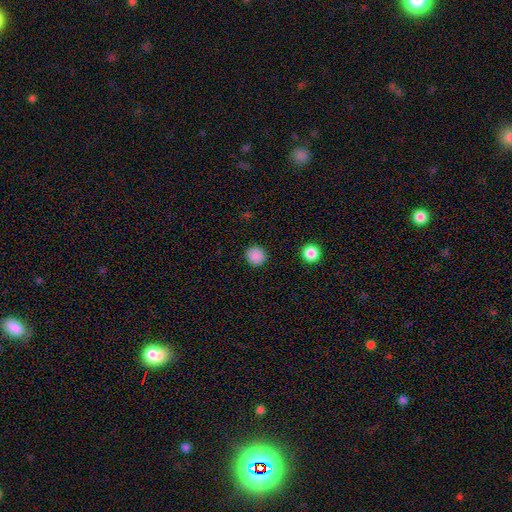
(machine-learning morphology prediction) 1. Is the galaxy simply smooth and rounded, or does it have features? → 87% smooth, 10% star or artifact, 2% featured or disk.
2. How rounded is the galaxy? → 93% round, 6% in between, 1% cigar-shaped.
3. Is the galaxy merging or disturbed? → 91% none, 5% minor disturbance, 2% major disturbance, 1% merger.